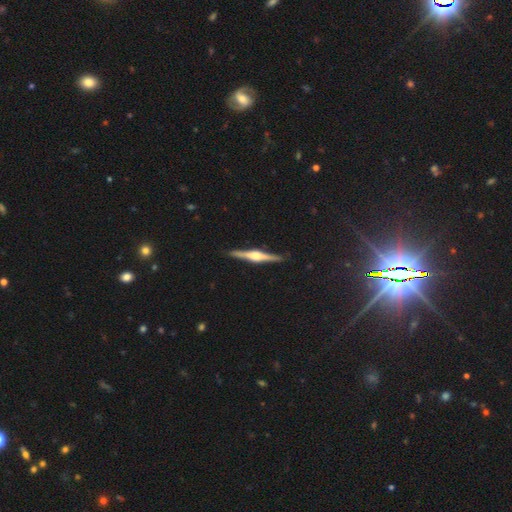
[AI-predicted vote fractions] Smooth or featured: featured or disk — 83% (smooth — 13%)
Edge-on disk: yes — 98% (no — 2%)
Edge-on bulge: rounded — 88% (boxy — 9%)
Merging: none — 91% (minor disturbance — 6%)